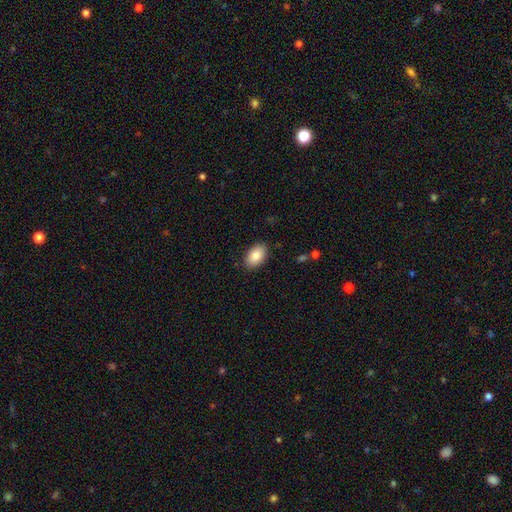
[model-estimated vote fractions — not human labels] Smooth or featured?
  - smooth: 85% *
  - featured or disk: 9%
  - star or artifact: 7%
How rounded?
  - in between: 92% *
  - round: 7%
  - cigar-shaped: 1%
Merging?
  - none: 87% *
  - minor disturbance: 9%
  - major disturbance: 2%
  - merger: 1%